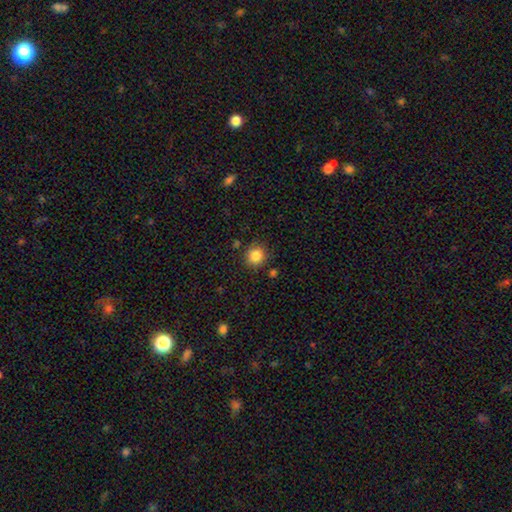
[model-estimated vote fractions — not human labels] The model was most divided on "smooth or featured": smooth: 85%, star or artifact: 11%, featured or disk: 5%. More confident: how rounded — round (91%); merging — none (86%).